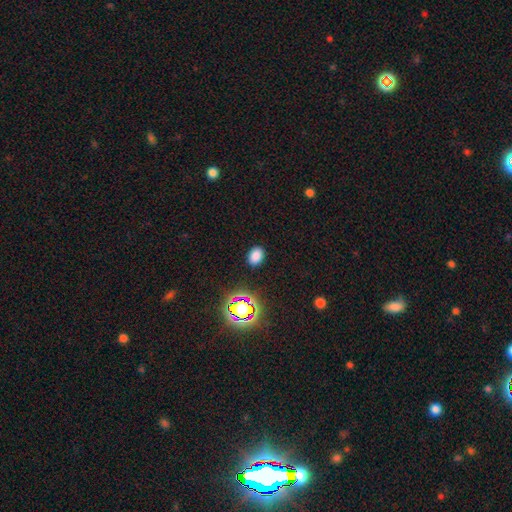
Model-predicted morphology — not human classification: Q: Smooth or featured?
A: smooth (78%); runner-up: star or artifact (17%)
Q: How rounded?
A: in between (79%); runner-up: round (20%)
Q: Merging?
A: none (88%); runner-up: minor disturbance (8%)